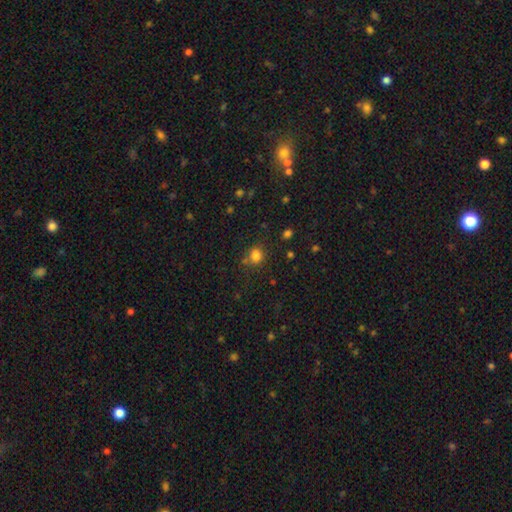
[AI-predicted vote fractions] Smooth or featured? Predicted: smooth (p=0.80). How rounded? Predicted: round (p=0.79). Merging? Predicted: none (p=0.71).